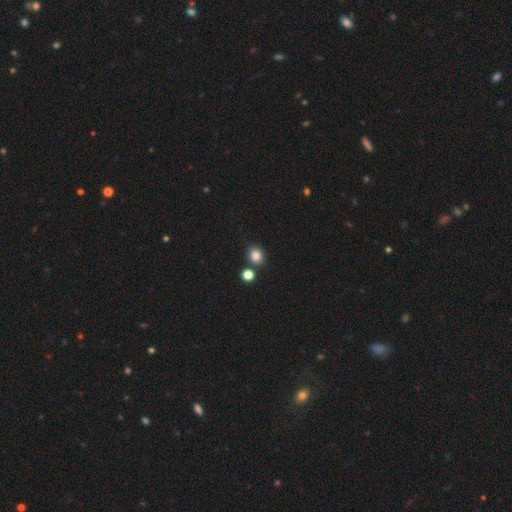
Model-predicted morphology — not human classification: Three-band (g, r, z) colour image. It shows a smooth galaxy with no disk features (84%) that is round (67%). Merging: none (77%).